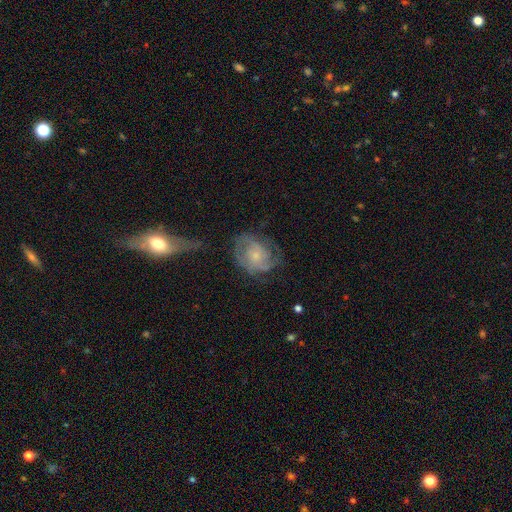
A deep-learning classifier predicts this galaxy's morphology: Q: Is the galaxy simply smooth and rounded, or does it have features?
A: featured or disk — 66%.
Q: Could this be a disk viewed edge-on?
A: no — 97%.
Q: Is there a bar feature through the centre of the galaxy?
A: no — 75%.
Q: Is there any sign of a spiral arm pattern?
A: yes — 83%.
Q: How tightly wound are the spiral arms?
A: tight — 43%.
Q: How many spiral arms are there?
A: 2 — 38%.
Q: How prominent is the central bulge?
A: small — 64%.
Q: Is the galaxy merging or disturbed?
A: none — 50%.